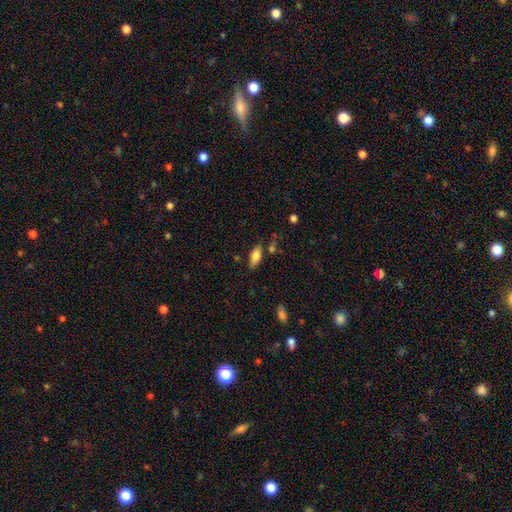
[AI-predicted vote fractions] A smooth galaxy with no disk features (72%) that is in between round and cigar-shaped (80%).

Vote fractions:
- Smooth or featured? smooth: 72% / featured or disk: 20% / star or artifact: 7%
- How rounded? in between: 80% / cigar-shaped: 17% / round: 3%
- Merging? none: 74% / minor disturbance: 16% / merger: 6% / major disturbance: 4%